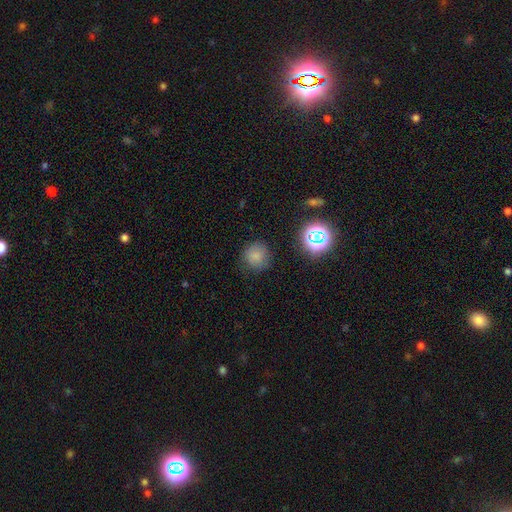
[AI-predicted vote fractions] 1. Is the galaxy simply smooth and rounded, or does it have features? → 76% smooth, 18% star or artifact, 6% featured or disk.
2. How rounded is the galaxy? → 91% round, 8% in between, 1% cigar-shaped.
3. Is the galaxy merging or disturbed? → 83% none, 12% minor disturbance, 4% major disturbance, 2% merger.